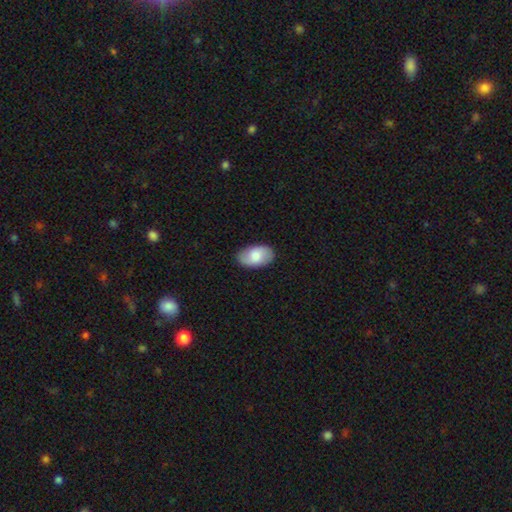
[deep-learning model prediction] Overall: smooth (67%). How rounded: in between (92%). Merging: none (85%).